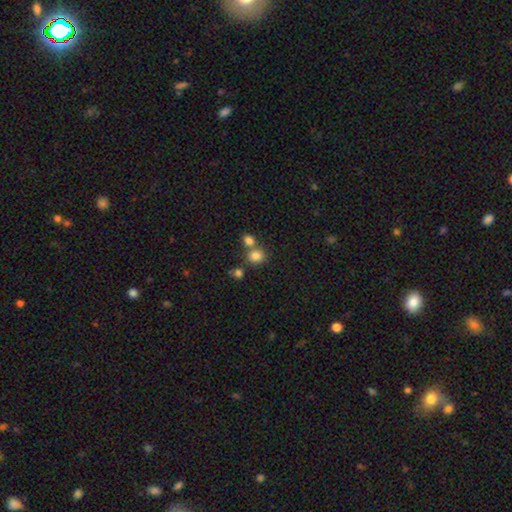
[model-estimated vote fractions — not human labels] Q: Smooth or featured?
A: smooth (81%); runner-up: star or artifact (12%)
Q: How rounded?
A: round (73%); runner-up: in between (26%)
Q: Merging?
A: none (53%); runner-up: merger (36%)